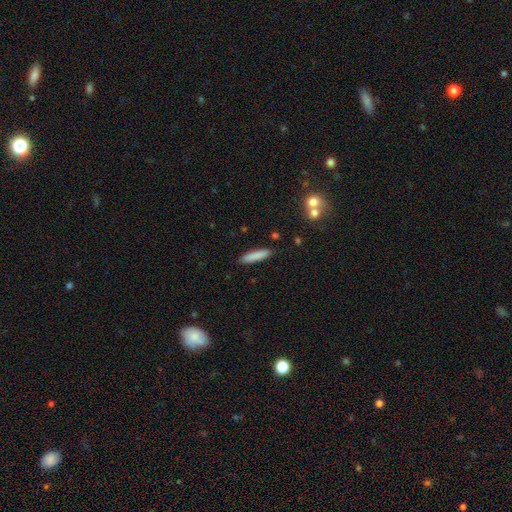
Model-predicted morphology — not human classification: A smooth galaxy with no disk features (84%) that is cigar-shaped (84%).

Vote fractions:
- Smooth or featured? smooth: 84% / featured or disk: 9% / star or artifact: 7%
- How rounded? cigar-shaped: 84% / in between: 15% / round: 1%
- Merging? none: 89% / minor disturbance: 8% / major disturbance: 2% / merger: 2%